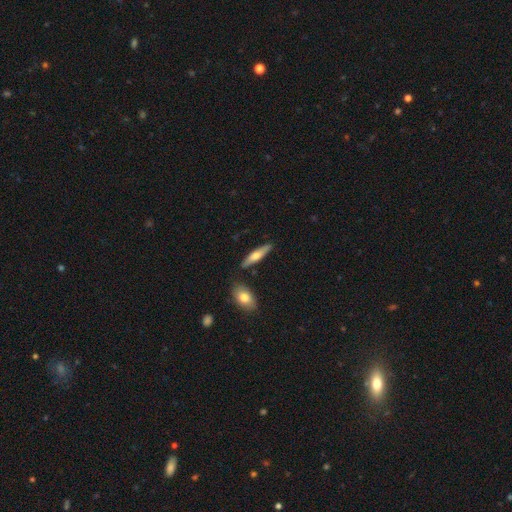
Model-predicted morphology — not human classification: Q: Smooth or featured?
A: smooth (53%); runner-up: featured or disk (41%)
Q: How rounded?
A: cigar-shaped (75%); runner-up: in between (23%)
Q: Merging?
A: none (83%); runner-up: minor disturbance (10%)